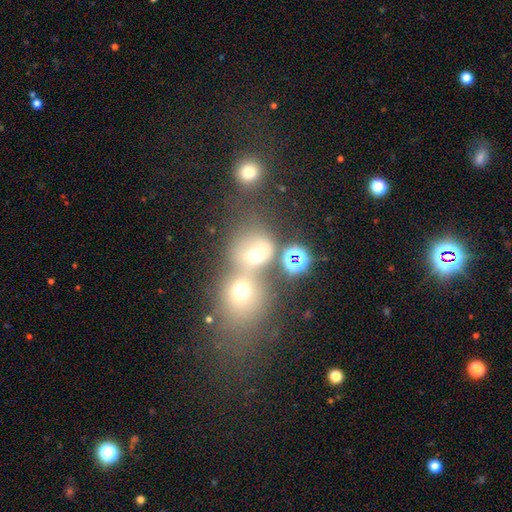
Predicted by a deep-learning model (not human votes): The model was most divided on "merging": merger: 55%, none: 30%, minor disturbance: 8%, major disturbance: 7%. More confident: how rounded — round (69%); smooth or featured — smooth (58%).